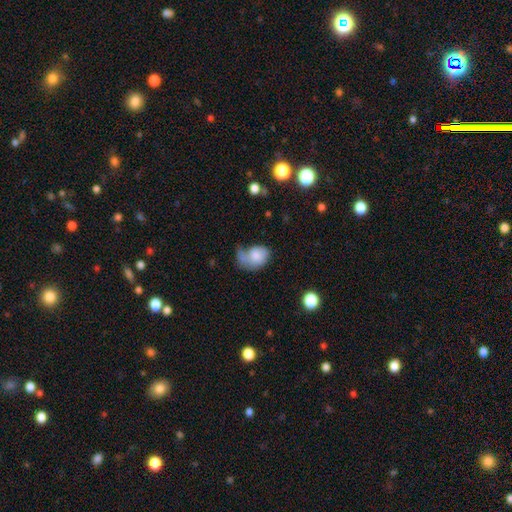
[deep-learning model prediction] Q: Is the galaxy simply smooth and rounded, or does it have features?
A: smooth — 68%.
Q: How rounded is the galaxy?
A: in between — 70%.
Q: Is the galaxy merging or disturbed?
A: major disturbance — 37%.